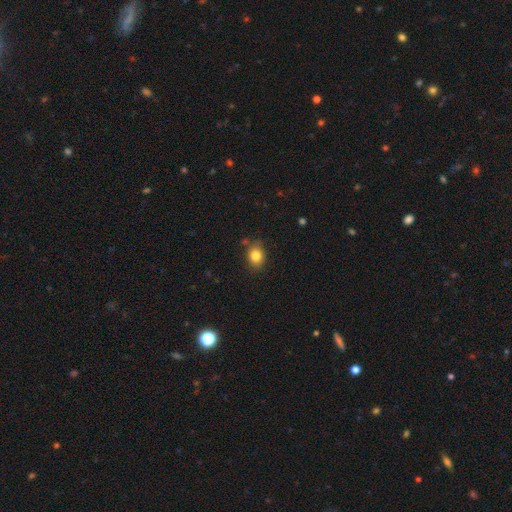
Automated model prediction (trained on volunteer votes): Morphology: type=smooth (83%); roundness=round (51%); merging=none (80%).